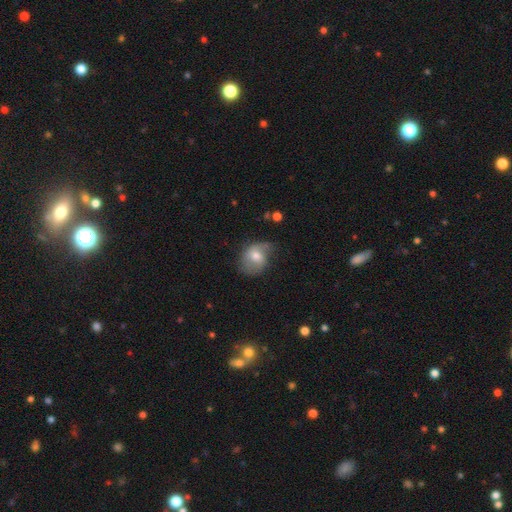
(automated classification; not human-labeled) Smooth or featured? Predicted: smooth (p=0.54). How rounded? Predicted: round (p=0.50). Merging? Predicted: none (p=0.42).